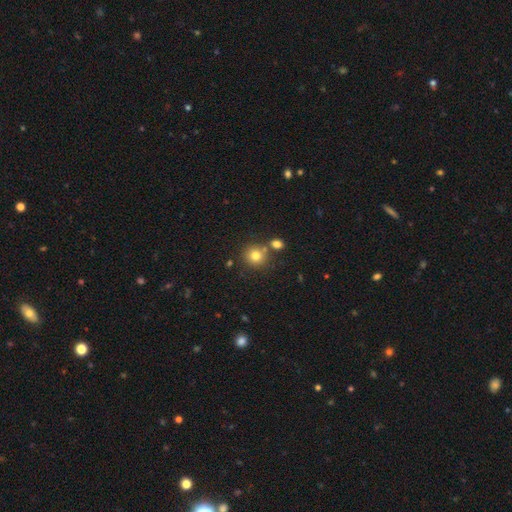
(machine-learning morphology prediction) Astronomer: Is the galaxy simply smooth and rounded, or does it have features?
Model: smooth — 78%.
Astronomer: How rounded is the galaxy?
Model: round — 89%.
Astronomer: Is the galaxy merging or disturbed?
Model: none — 69%.